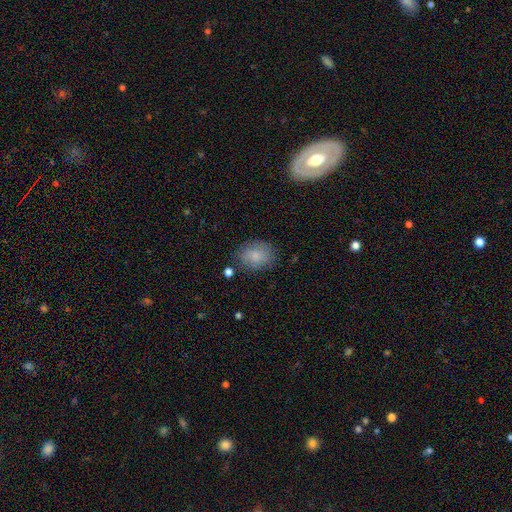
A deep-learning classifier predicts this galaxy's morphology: Smooth or featured: smooth — 81% (featured or disk — 11%)
How rounded: in between — 60% (round — 39%)
Merging: none — 77% (minor disturbance — 16%)